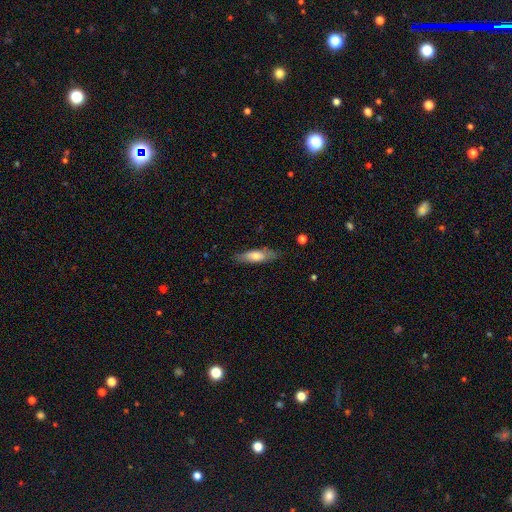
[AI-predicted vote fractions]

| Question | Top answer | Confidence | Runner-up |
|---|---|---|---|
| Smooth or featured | smooth | 65% | featured or disk (29%) |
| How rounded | cigar-shaped | 56% | in between (42%) |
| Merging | none | 79% | minor disturbance (16%) |